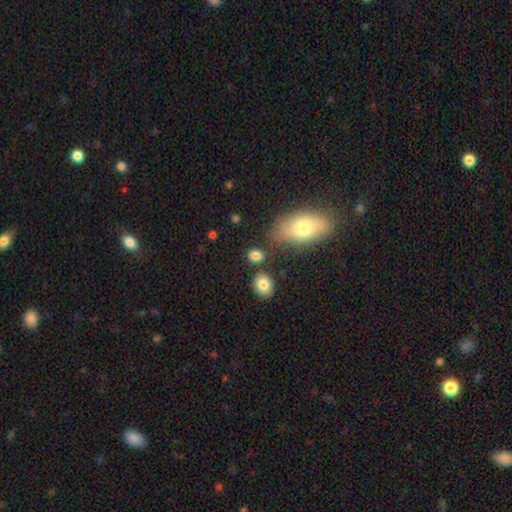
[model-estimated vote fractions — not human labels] Overall: smooth (83%). How rounded: in between (52%; round 45%). Merging: none (75%).